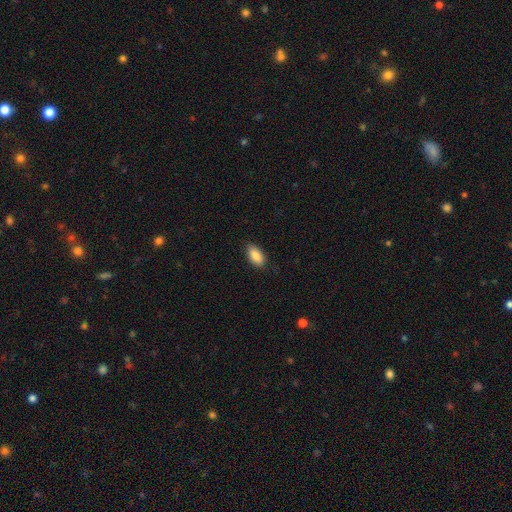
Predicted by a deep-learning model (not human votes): Q: Smooth or featured?
A: smooth (89%); runner-up: star or artifact (6%)
Q: How rounded?
A: in between (93%); runner-up: cigar-shaped (4%)
Q: Merging?
A: none (84%); runner-up: minor disturbance (13%)